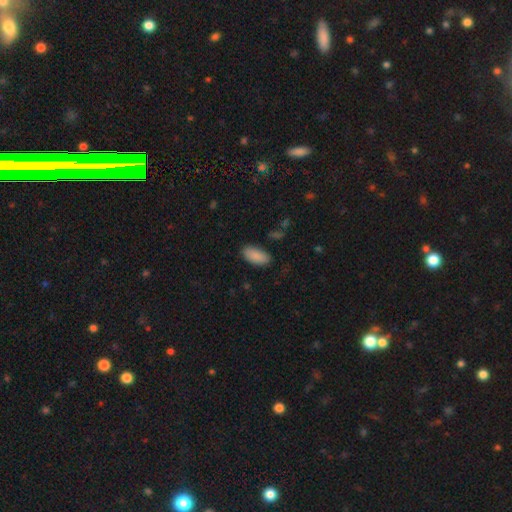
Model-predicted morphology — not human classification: A smooth galaxy with no disk features (90%) that is in between round and cigar-shaped (92%). Merging: none (86%).